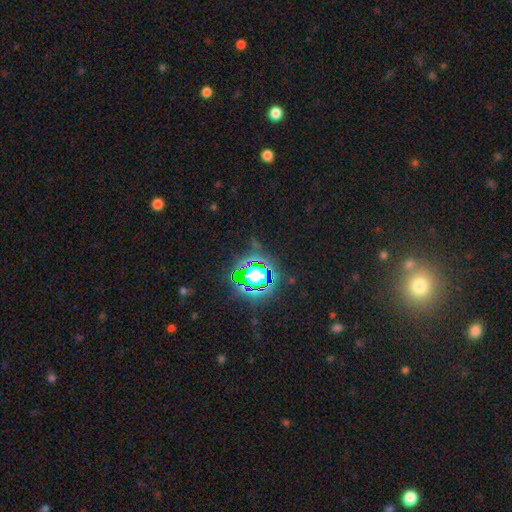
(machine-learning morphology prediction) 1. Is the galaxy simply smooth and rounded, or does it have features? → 82% star or artifact, 11% smooth, 7% featured or disk.